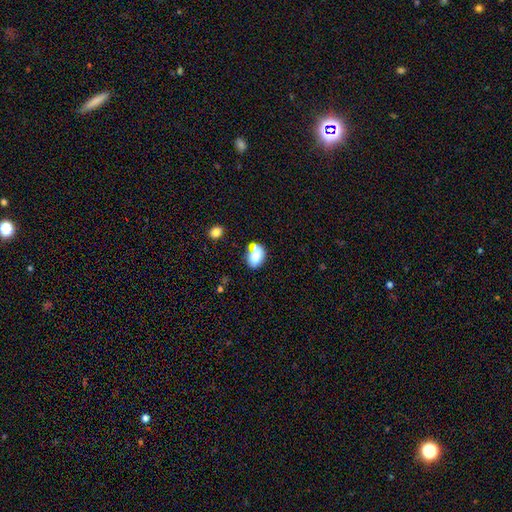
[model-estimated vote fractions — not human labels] Morphology: type=smooth (81%); roundness=in between (73%); merging=none (61%).